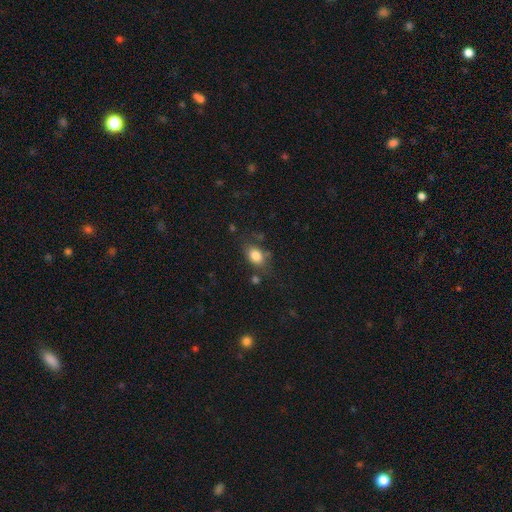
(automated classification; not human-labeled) This appears to be a smooth galaxy with no disk features (82%) that is in between round and cigar-shaped (79%). Merging: none (66%).